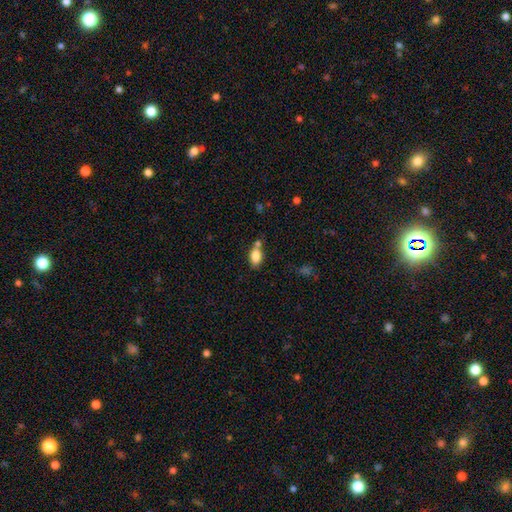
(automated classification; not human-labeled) The model was most divided on "merging": none: 58%, merger: 23%, minor disturbance: 15%, major disturbance: 4%. More confident: how rounded — in between (89%); smooth or featured — smooth (83%).